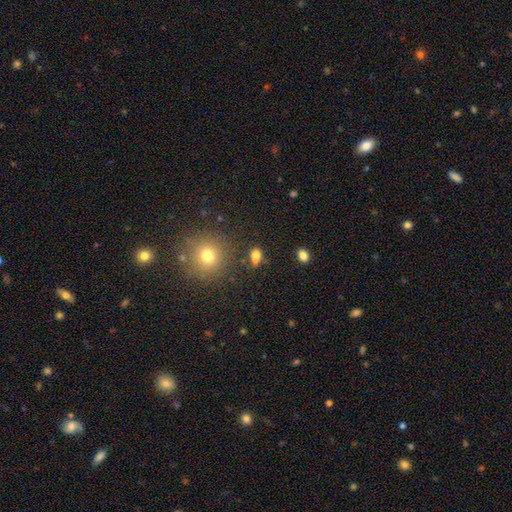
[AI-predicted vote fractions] Smooth or featured?
  - smooth: 79% *
  - star or artifact: 14%
  - featured or disk: 7%
How rounded?
  - in between: 72% *
  - round: 23%
  - cigar-shaped: 5%
Merging?
  - none: 72% *
  - minor disturbance: 16%
  - merger: 6%
  - major disturbance: 6%